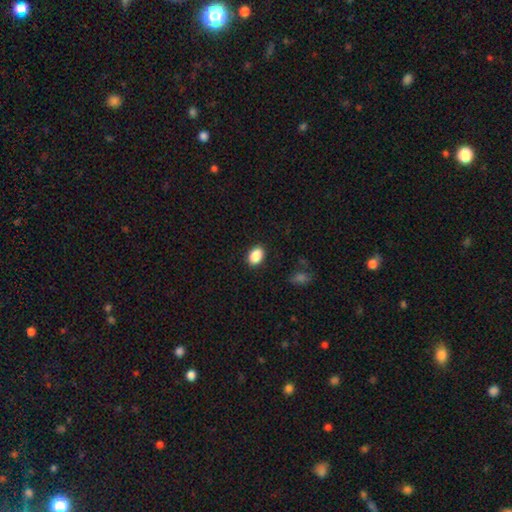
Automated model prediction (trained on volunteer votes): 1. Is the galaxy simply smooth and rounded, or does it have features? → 89% smooth, 8% star or artifact, 3% featured or disk.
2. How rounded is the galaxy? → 83% in between, 16% round, 1% cigar-shaped.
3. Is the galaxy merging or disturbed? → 89% none, 8% minor disturbance, 2% major disturbance, 1% merger.